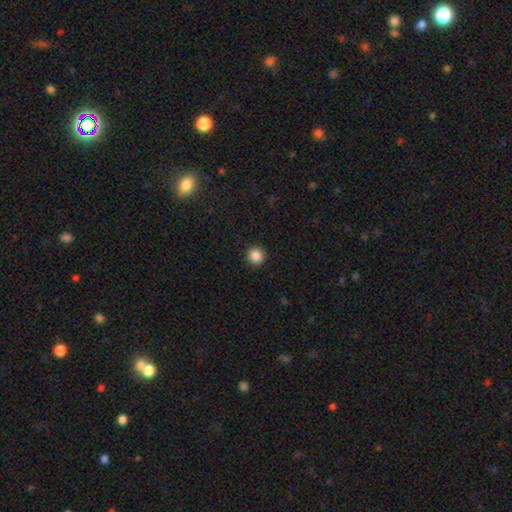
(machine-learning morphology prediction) smooth-or-featured: smooth: 87% | star or artifact: 10% | featured or disk: 3%
  how-rounded: round: 94% | in between: 5% | cigar-shaped: 1%
  merging: none: 92% | minor disturbance: 5% | major disturbance: 2% | merger: 1%